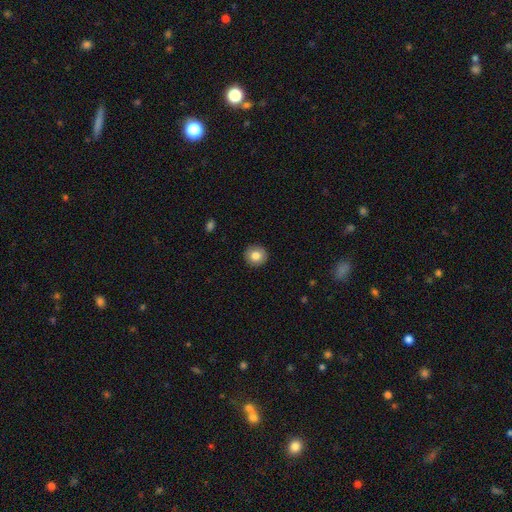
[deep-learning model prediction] Smooth or featured?
  - smooth: 82% *
  - featured or disk: 9%
  - star or artifact: 9%
How rounded?
  - round: 91% *
  - in between: 8%
  - cigar-shaped: 1%
Merging?
  - none: 92% *
  - minor disturbance: 6%
  - major disturbance: 2%
  - merger: 1%